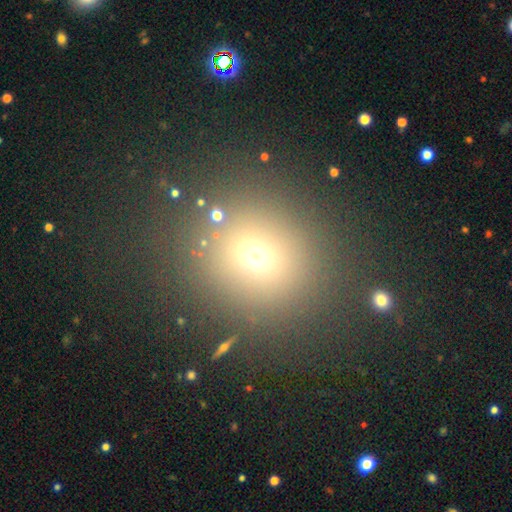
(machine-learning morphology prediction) smooth 62%, star or artifact 28%, featured or disk 10%. Down the decision tree: how rounded — round (82%); merging — none (84%).